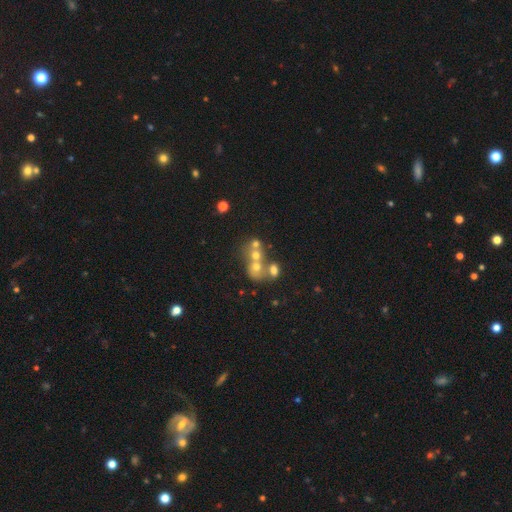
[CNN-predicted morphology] Smooth or featured? Predicted: smooth (p=0.39). Merging? Predicted: merger (p=0.54).